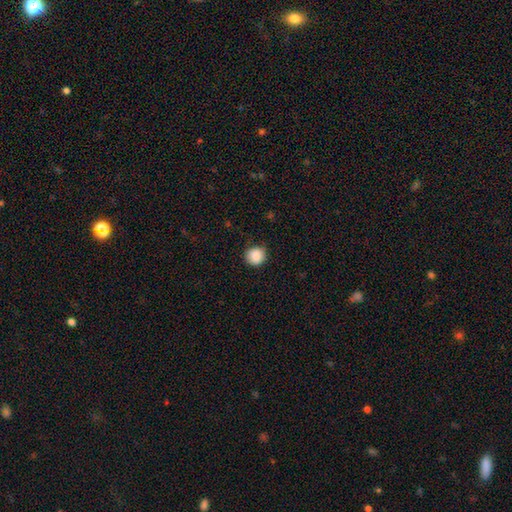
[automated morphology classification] smooth 88%, star or artifact 9%, featured or disk 3%. Down the decision tree: how rounded — round (92%); merging — none (86%).